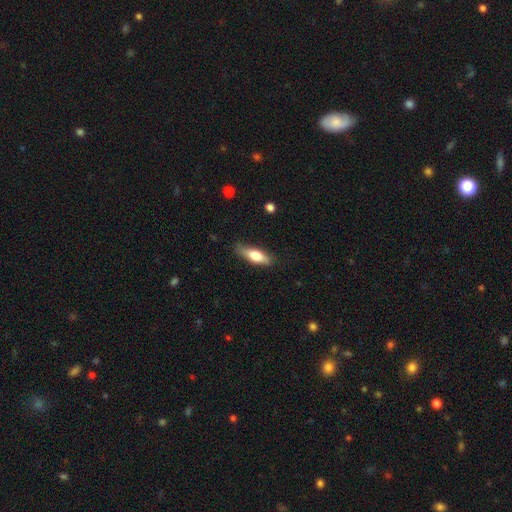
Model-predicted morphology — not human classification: Smooth or featured? smooth (69%)
How rounded? in between (52%)
Merging? none (78%)